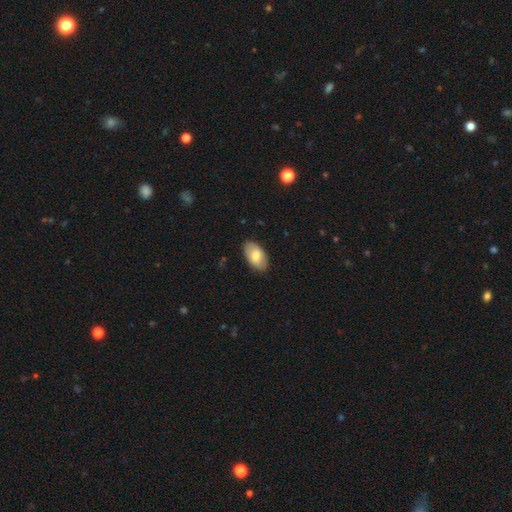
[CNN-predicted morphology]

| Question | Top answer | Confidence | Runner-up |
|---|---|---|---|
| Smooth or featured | smooth | 75% | featured or disk (19%) |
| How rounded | in between | 95% | round (4%) |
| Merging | none | 85% | minor disturbance (12%) |